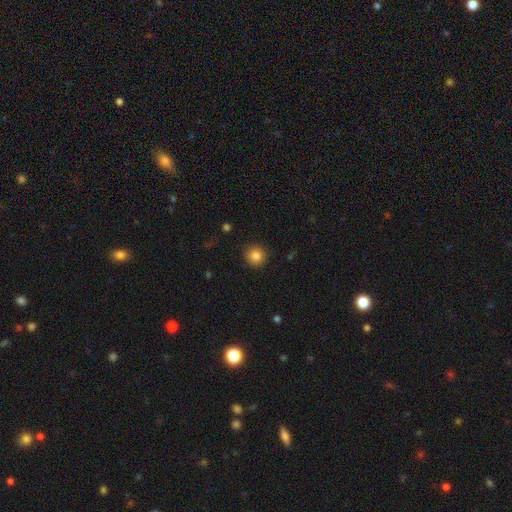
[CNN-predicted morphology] Smooth or featured?
  - smooth: 85% *
  - star or artifact: 10%
  - featured or disk: 5%
How rounded?
  - round: 94% *
  - in between: 5%
  - cigar-shaped: 1%
Merging?
  - none: 91% *
  - minor disturbance: 6%
  - major disturbance: 2%
  - merger: 1%